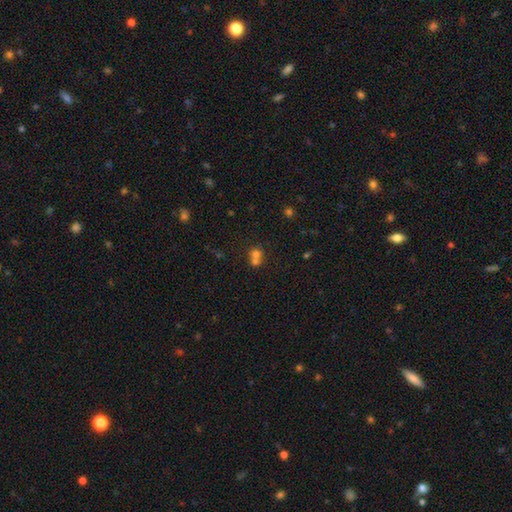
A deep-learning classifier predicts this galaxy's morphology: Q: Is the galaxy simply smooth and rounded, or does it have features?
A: smooth — 67%.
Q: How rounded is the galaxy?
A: round — 78%.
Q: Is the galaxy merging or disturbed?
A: merger — 61%.